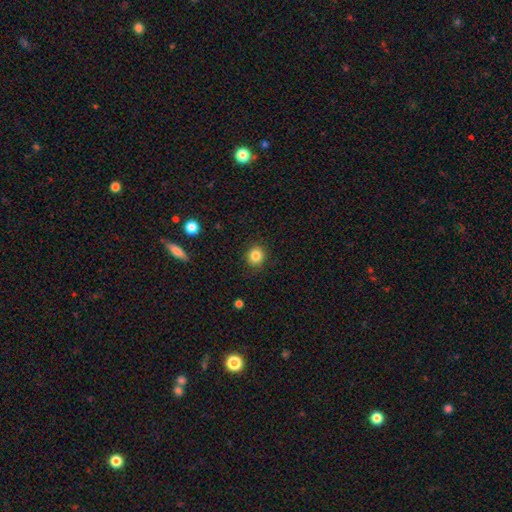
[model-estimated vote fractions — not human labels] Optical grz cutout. It shows a smooth galaxy with no disk features (84%) that is round (88%). Merging: none (89%).